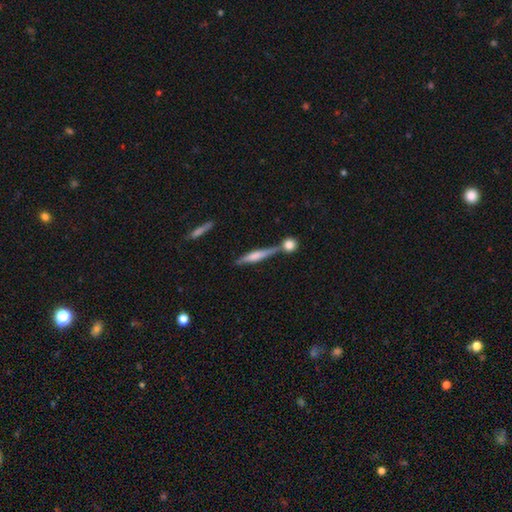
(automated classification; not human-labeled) Smooth or featured? featured or disk (51%)
Edge-on disk? yes (93%)
Merging? none (62%)